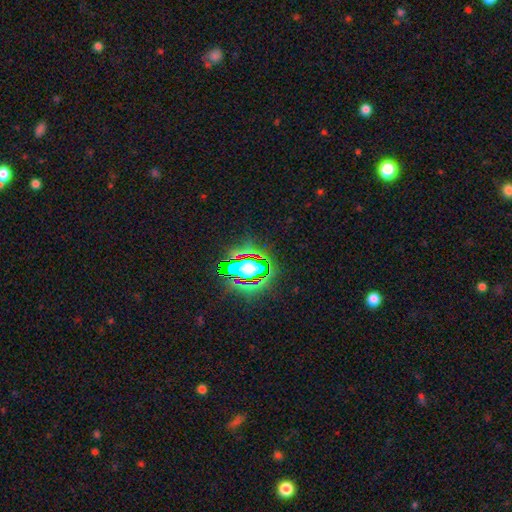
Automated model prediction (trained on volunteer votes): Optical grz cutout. It shows a star or artifact, not a galaxy (81%).